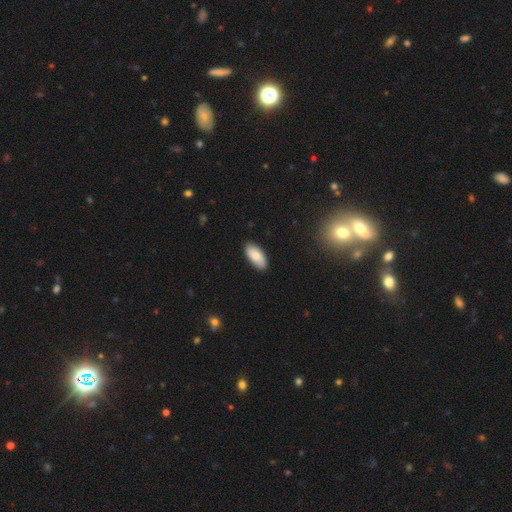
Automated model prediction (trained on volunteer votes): smooth 83%, featured or disk 10%, star or artifact 6%. Down the decision tree: how rounded — in between (91%); merging — none (87%).